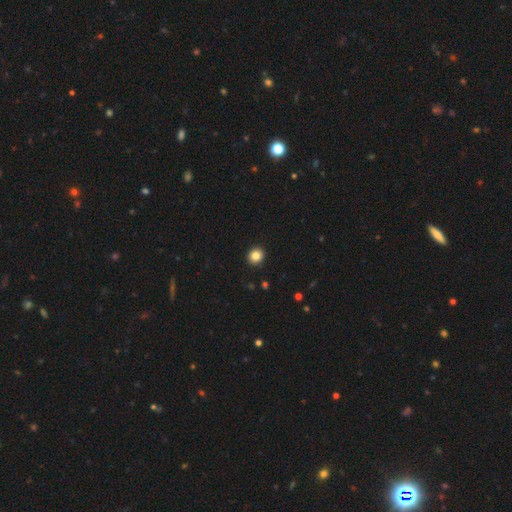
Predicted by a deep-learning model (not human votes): Q: Smooth or featured?
A: smooth (85%); runner-up: star or artifact (10%)
Q: How rounded?
A: round (85%); runner-up: in between (14%)
Q: Merging?
A: none (93%); runner-up: minor disturbance (5%)